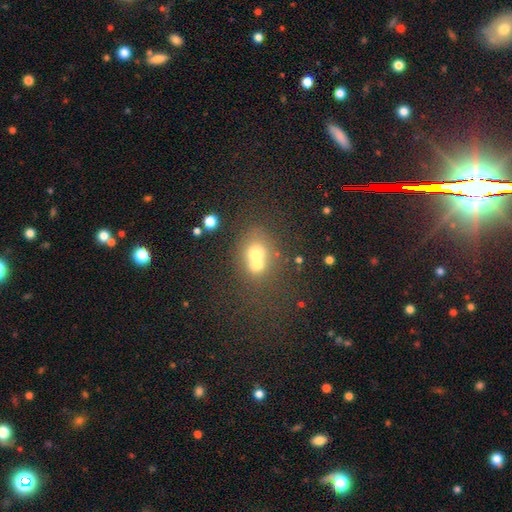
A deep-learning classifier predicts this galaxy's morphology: Smooth or featured?
  - smooth: 61% *
  - featured or disk: 24%
  - star or artifact: 15%
How rounded?
  - round: 63% *
  - in between: 36%
  - cigar-shaped: 1%
Merging?
  - merger: 61% *
  - none: 27%
  - minor disturbance: 7%
  - major disturbance: 5%